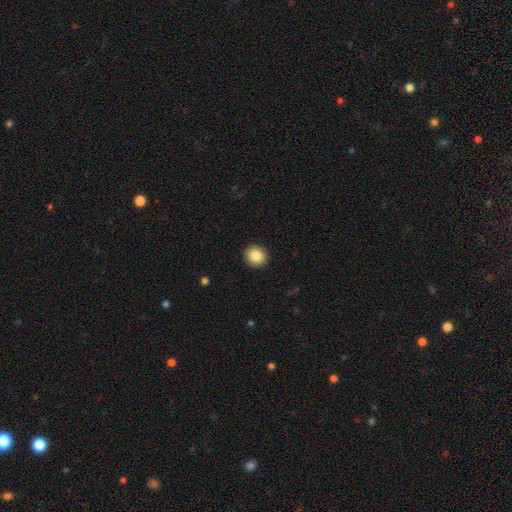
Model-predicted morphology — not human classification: This appears to be a smooth galaxy with no disk features (87%) that is round (86%). Merging: none (92%).